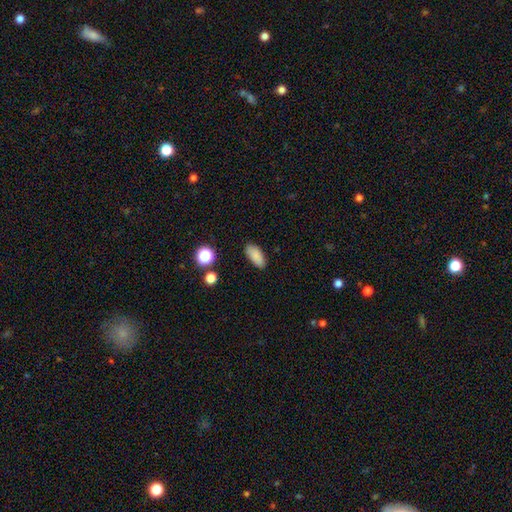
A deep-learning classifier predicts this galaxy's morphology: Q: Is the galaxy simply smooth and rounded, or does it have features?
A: smooth — 85%.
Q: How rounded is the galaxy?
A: in between — 85%.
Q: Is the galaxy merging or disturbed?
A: none — 84%.